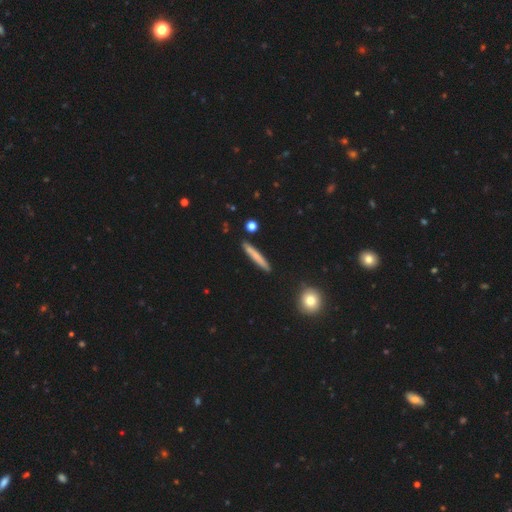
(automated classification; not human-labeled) smooth 71%, featured or disk 23%, star or artifact 6%. Down the decision tree: how rounded — cigar-shaped (95%); merging — none (89%).